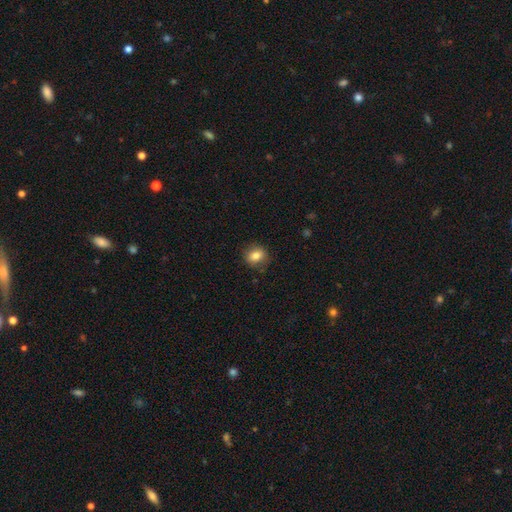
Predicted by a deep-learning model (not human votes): Morphology: type=smooth (82%); roundness=round (63%); merging=none (84%).